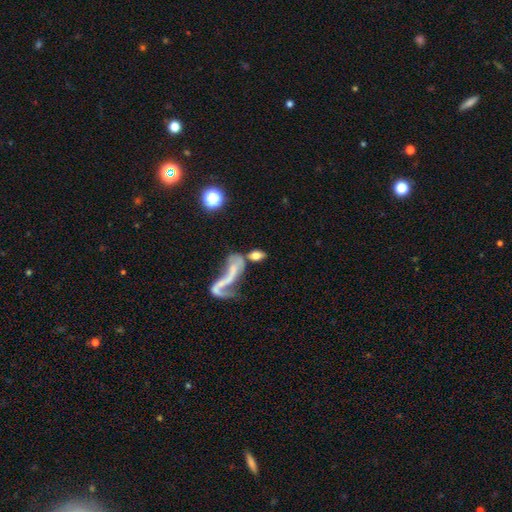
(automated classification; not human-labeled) Overall: smooth (53%; featured or disk 37%). How rounded: in between (79%). Merging: merger (45%; none 28%).